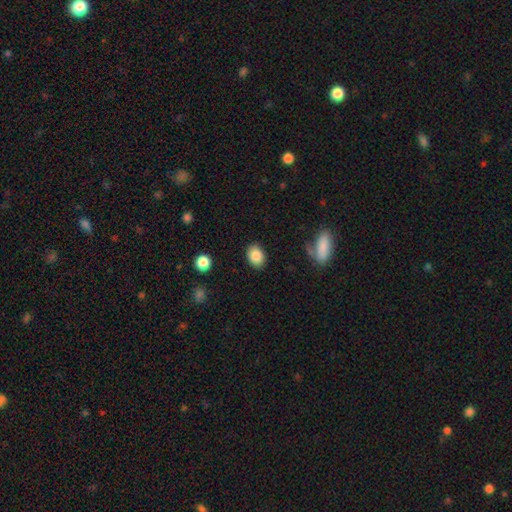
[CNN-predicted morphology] A smooth galaxy with no disk features (86%) that is in between round and cigar-shaped (77%).

Vote fractions:
- Smooth or featured? smooth: 86% / star or artifact: 8% / featured or disk: 6%
- How rounded? in between: 77% / round: 21% / cigar-shaped: 1%
- Merging? none: 87% / minor disturbance: 9% / major disturbance: 3% / merger: 2%